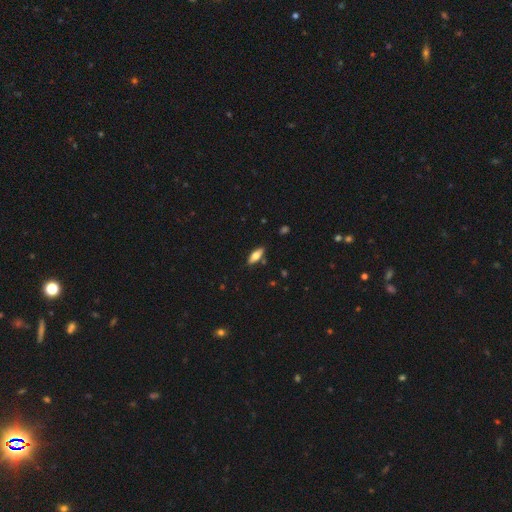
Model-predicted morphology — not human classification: Smooth or featured? smooth (65%)
How rounded? in between (73%)
Merging? none (83%)